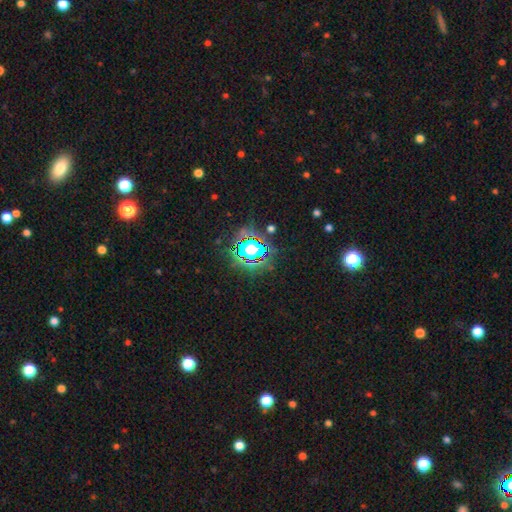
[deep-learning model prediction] A star or artifact, not a galaxy (63%).